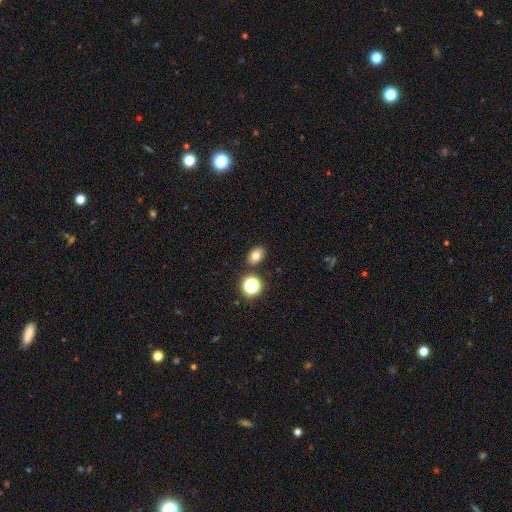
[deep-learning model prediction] This appears to be a smooth galaxy with no disk features (75%) that is in between round and cigar-shaped (73%). Merging: none (84%).